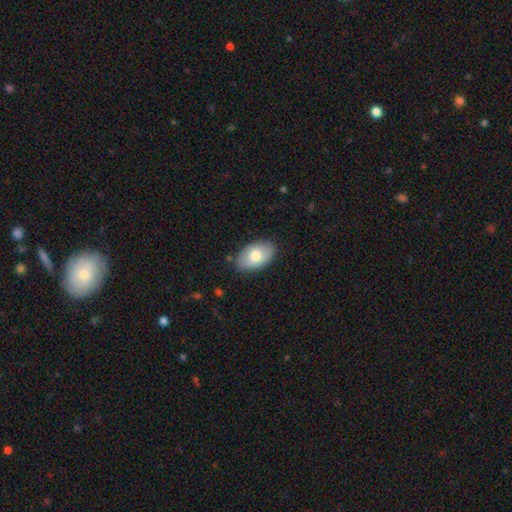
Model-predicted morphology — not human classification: A smooth galaxy with no disk features (75%) that is in between round and cigar-shaped (93%). Merging: none (83%).